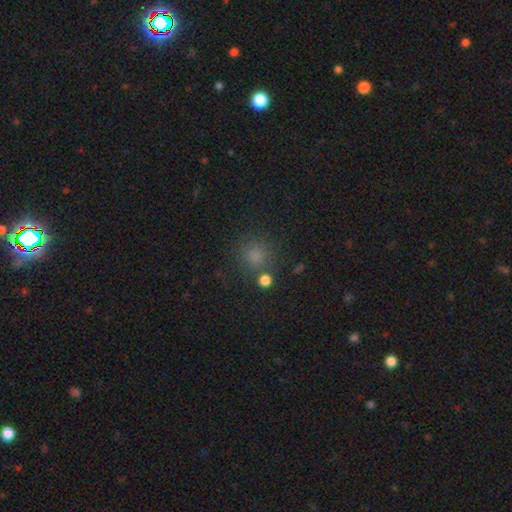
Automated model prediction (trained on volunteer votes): A smooth galaxy with no disk features (76%) that is round (90%).

Vote fractions:
- Smooth or featured? smooth: 76% / star or artifact: 18% / featured or disk: 6%
- How rounded? round: 90% / in between: 9% / cigar-shaped: 1%
- Merging? none: 77% / minor disturbance: 10% / merger: 8% / major disturbance: 5%